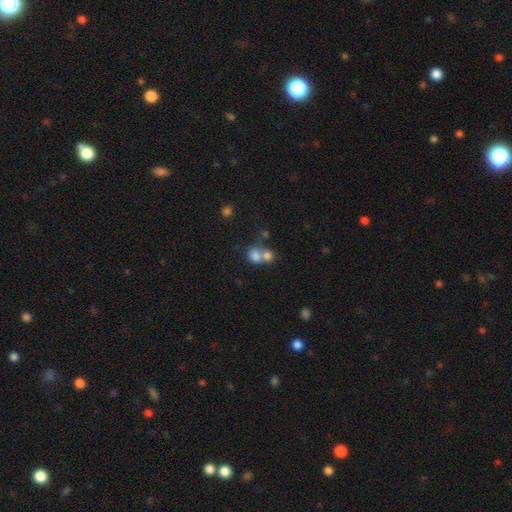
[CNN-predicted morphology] This appears to be a smooth galaxy with no disk features (76%) that is round (62%). Merging: merger (57%).